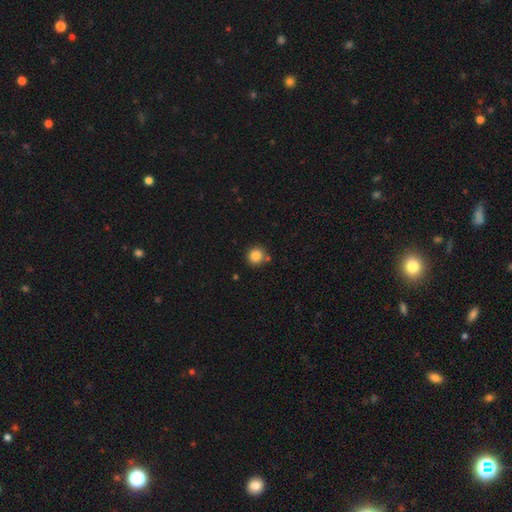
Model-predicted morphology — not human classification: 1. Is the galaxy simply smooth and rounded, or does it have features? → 85% smooth, 11% star or artifact, 4% featured or disk.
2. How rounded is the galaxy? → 93% round, 6% in between, 1% cigar-shaped.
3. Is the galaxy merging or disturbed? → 80% none, 9% minor disturbance, 8% merger, 2% major disturbance.